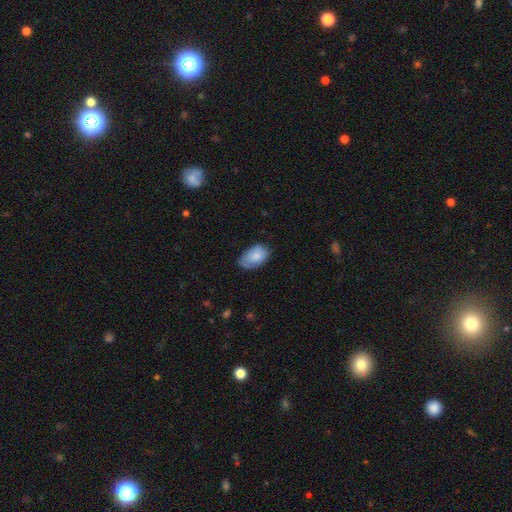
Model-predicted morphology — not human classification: The model was most divided on "merging": none: 58%, minor disturbance: 34%, major disturbance: 7%, merger: 1%. More confident: how rounded — in between (92%); smooth or featured — smooth (80%).